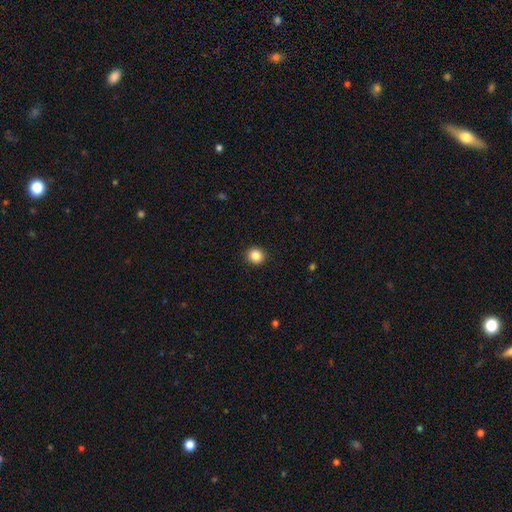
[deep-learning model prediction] This appears to be a smooth galaxy with no disk features (86%) that is round (86%). Merging: none (92%).